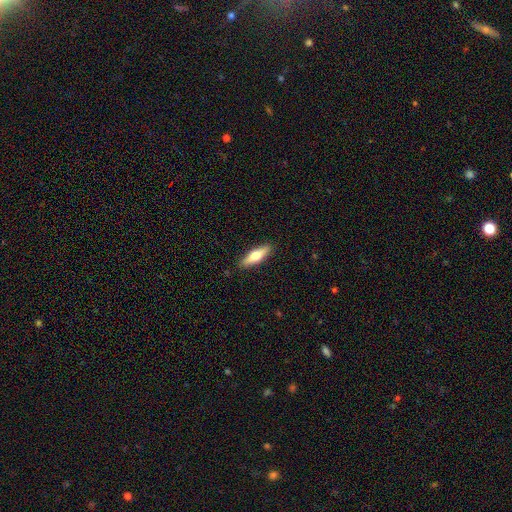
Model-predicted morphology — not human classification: type=smooth (56%); roundness=cigar-shaped (59%); merging=none (89%).